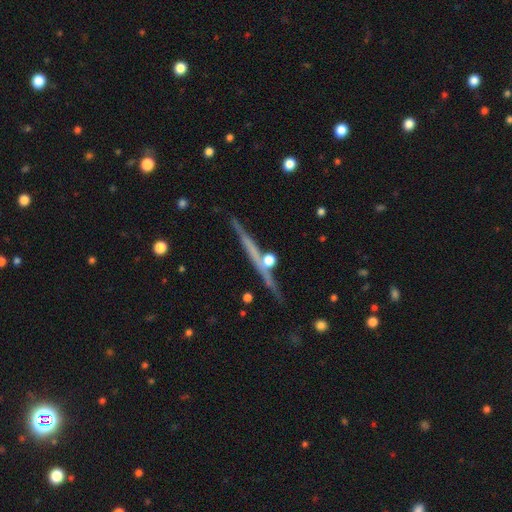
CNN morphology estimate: smooth_or_featured: featured or disk (p=0.75) [alt: smooth p=0.17]
disk_edge_on: yes (p=0.97) [alt: no p=0.03]
edge_on_bulge: rounded (p=0.63) [alt: none p=0.30]
merging: none (p=0.82) [alt: minor disturbance p=0.10]